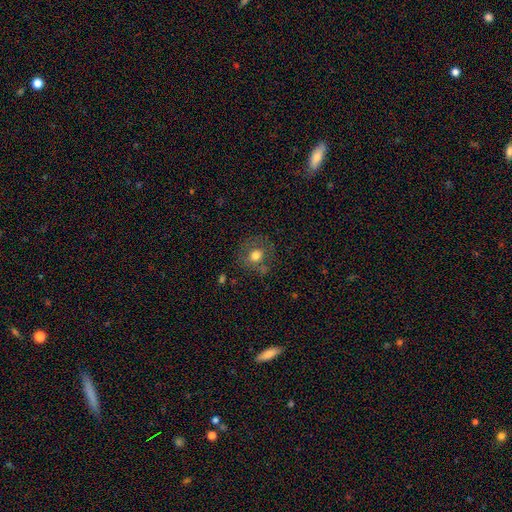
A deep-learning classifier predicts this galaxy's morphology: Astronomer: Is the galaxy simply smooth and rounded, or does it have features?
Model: smooth — 70%.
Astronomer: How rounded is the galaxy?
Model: round — 81%.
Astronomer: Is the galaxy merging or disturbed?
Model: none — 72%.